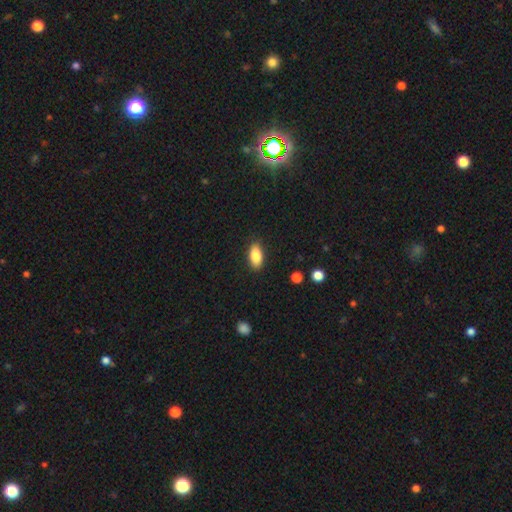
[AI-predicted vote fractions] smooth_or_featured: smooth (p=0.85) [alt: featured or disk p=0.07]
how_rounded: in between (p=0.89) [alt: cigar-shaped p=0.08]
merging: none (p=0.87) [alt: minor disturbance p=0.09]